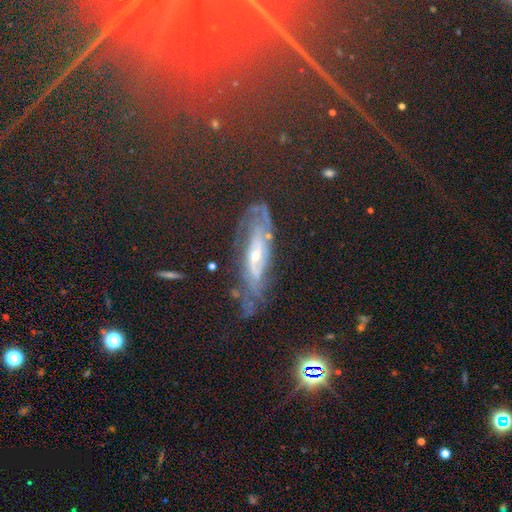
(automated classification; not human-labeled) smooth-or-featured: featured or disk: 48% | star or artifact: 32% | smooth: 20%
  merging: none: 77% | minor disturbance: 15% | major disturbance: 5% | merger: 2%